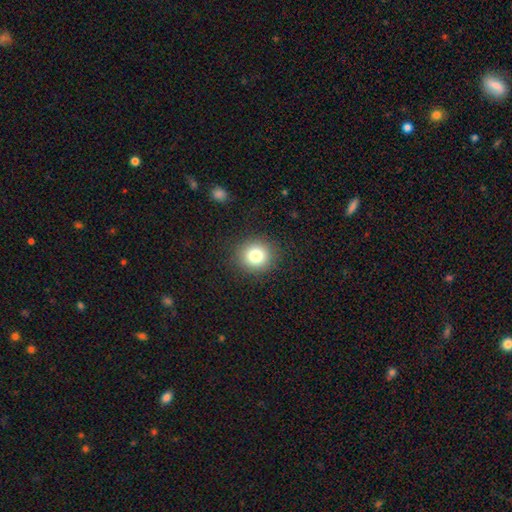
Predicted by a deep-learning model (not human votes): Smooth or featured? smooth (80%)
How rounded? round (88%)
Merging? none (89%)